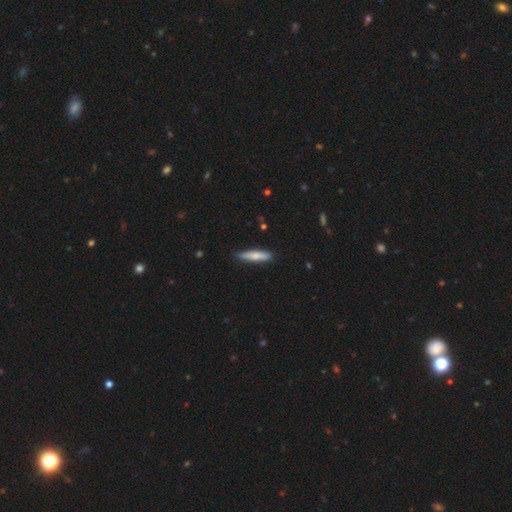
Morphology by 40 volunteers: A smooth galaxy with no disk features (70%) that is cigar-shaped (82%). Merging: none (72%).